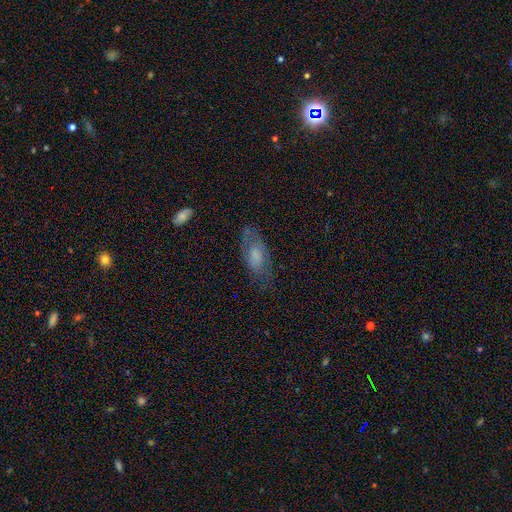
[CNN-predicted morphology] Smooth or featured: smooth — 55% (featured or disk — 36%)
How rounded: in between — 82% (cigar-shaped — 15%)
Merging: none — 65% (minor disturbance — 23%)